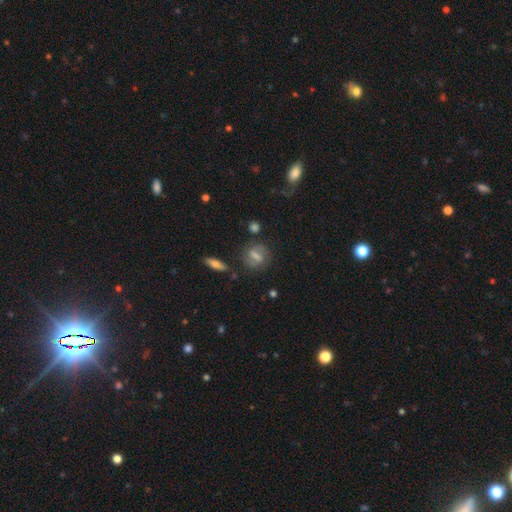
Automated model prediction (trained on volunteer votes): Smooth or featured: smooth — 46% (featured or disk — 43%)
Merging: none — 70% (minor disturbance — 17%)